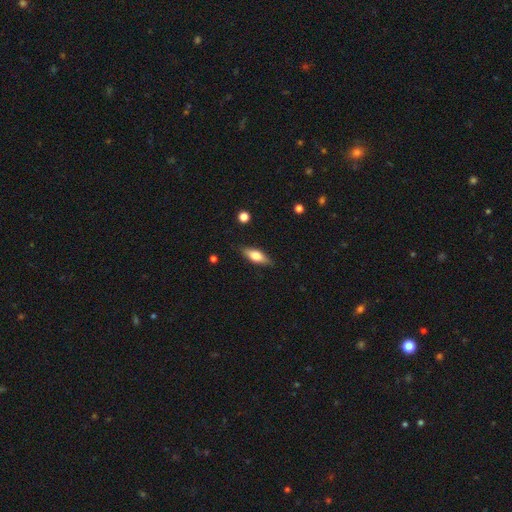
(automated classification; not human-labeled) smooth 62%, featured or disk 31%, star or artifact 7%. Down the decision tree: how rounded — in between (65%); merging — none (85%).